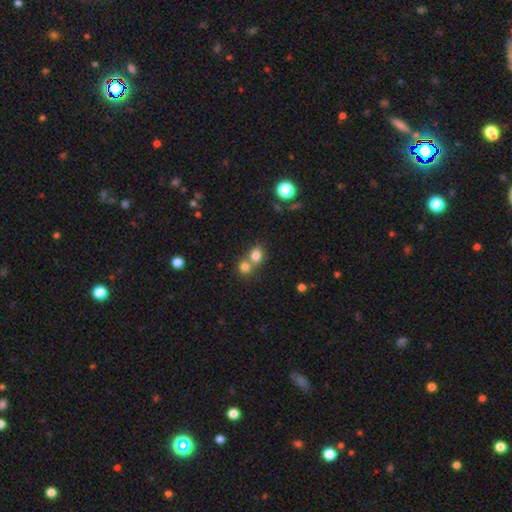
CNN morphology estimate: Q: Smooth or featured?
A: smooth (79%); runner-up: star or artifact (12%)
Q: How rounded?
A: round (60%); runner-up: in between (39%)
Q: Merging?
A: merger (51%); runner-up: none (39%)